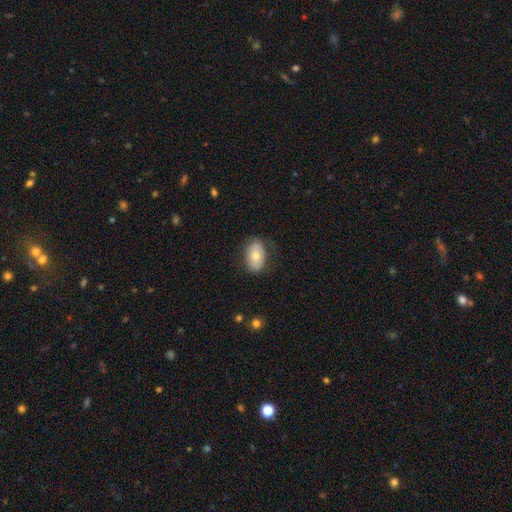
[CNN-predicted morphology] Smooth or featured? smooth (70%)
How rounded? in between (88%)
Merging? none (74%)